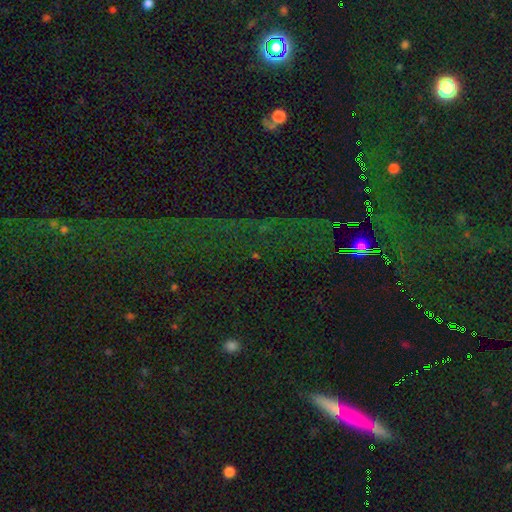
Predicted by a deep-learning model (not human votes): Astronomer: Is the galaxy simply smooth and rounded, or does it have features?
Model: star or artifact — 74%.